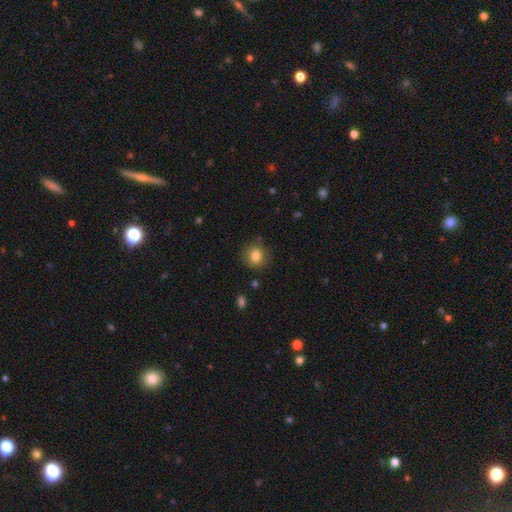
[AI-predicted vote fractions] A smooth galaxy with no disk features (83%) that is round (82%). Merging: none (83%).